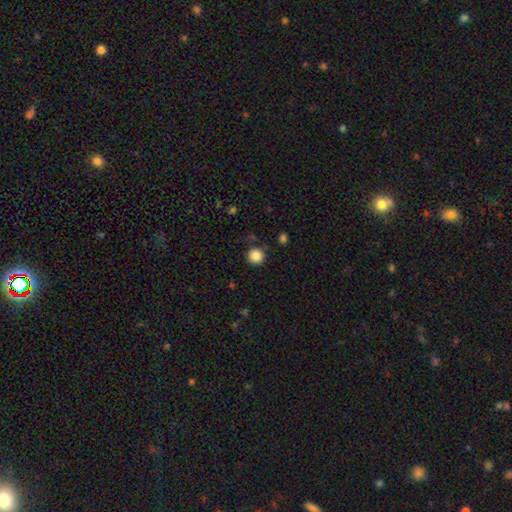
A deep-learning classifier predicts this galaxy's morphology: smooth-or-featured: smooth: 85% | star or artifact: 11% | featured or disk: 4%
  how-rounded: round: 94% | in between: 5% | cigar-shaped: 1%
  merging: none: 86% | minor disturbance: 9% | major disturbance: 3% | merger: 3%